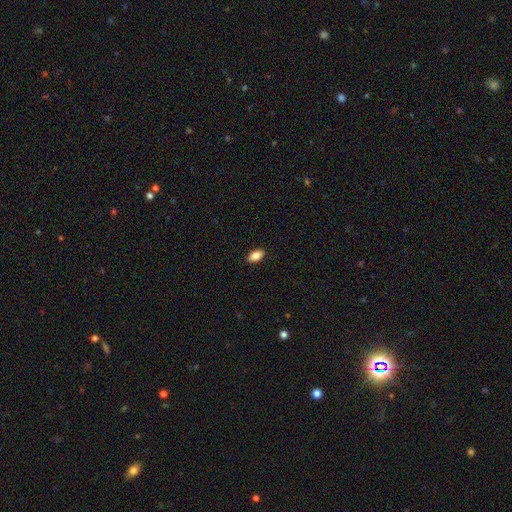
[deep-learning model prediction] smooth 85%, star or artifact 8%, featured or disk 8%. Down the decision tree: how rounded — in between (91%); merging — none (90%).